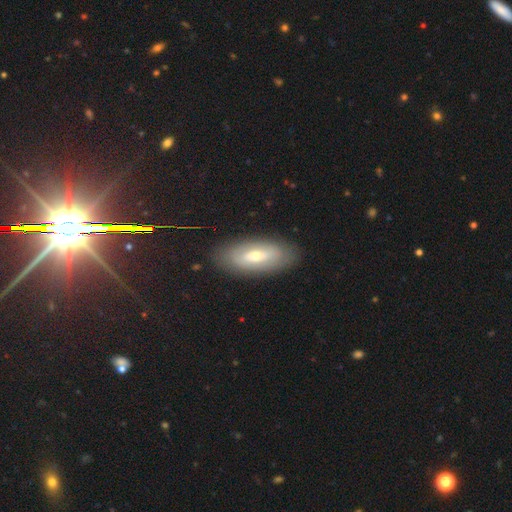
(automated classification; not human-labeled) smooth_or_featured: featured or disk (p=0.50) [alt: smooth p=0.43]
disk_edge_on: no (p=0.79) [alt: yes p=0.21]
merging: none (p=0.85) [alt: minor disturbance p=0.10]